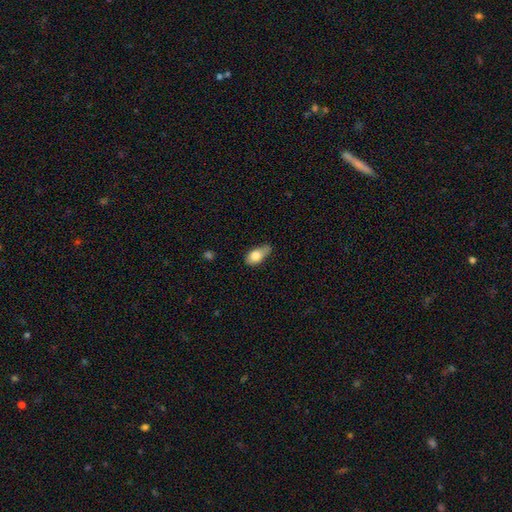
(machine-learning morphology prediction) A smooth galaxy with no disk features (78%) that is in between round and cigar-shaped (85%).

Vote fractions:
- Smooth or featured? smooth: 78% / featured or disk: 15% / star or artifact: 7%
- How rounded? in between: 85% / cigar-shaped: 8% / round: 7%
- Merging? minor disturbance: 44% / none: 39% / major disturbance: 13% / merger: 4%